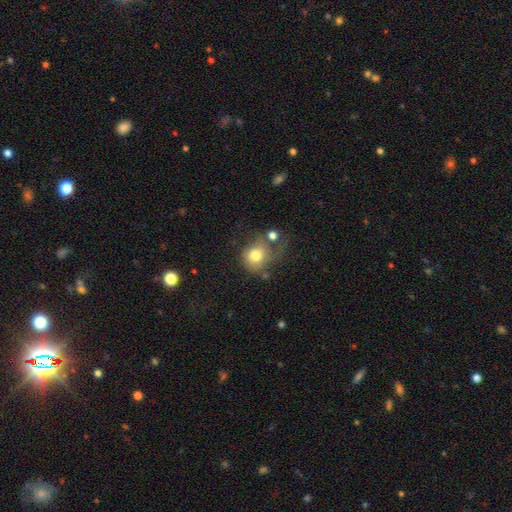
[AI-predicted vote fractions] smooth 73%, featured or disk 17%, star or artifact 10%. Down the decision tree: how rounded — round (73%); merging — none (33%).